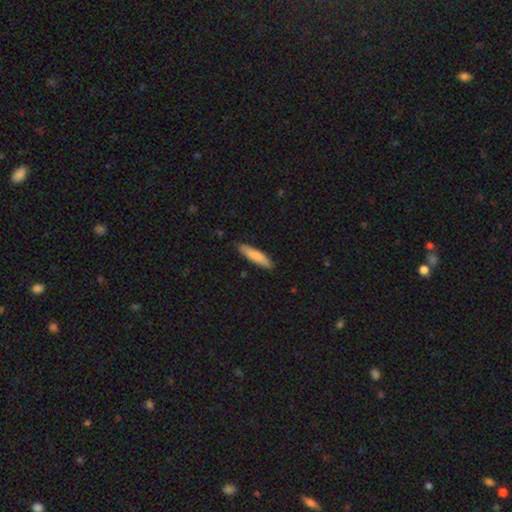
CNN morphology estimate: smooth 81%, featured or disk 14%, star or artifact 5%. Down the decision tree: how rounded — cigar-shaped (82%); merging — none (87%).